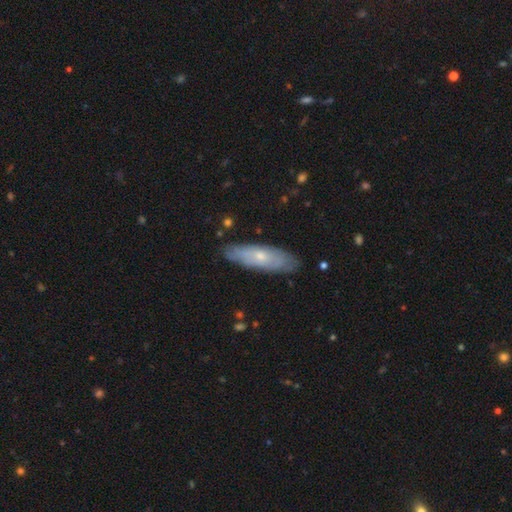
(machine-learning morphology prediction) featured or disk 50%, smooth 39%, star or artifact 11%. Down the decision tree: edge-on disk — no (60%); merging — none (84%).